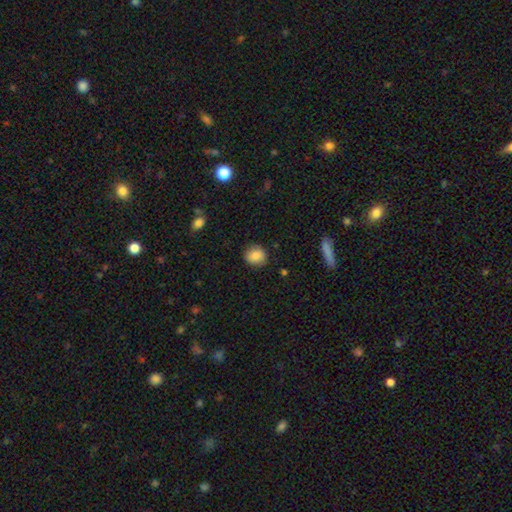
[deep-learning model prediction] smooth 86%, star or artifact 8%, featured or disk 6%. Down the decision tree: how rounded — round (75%); merging — none (87%).